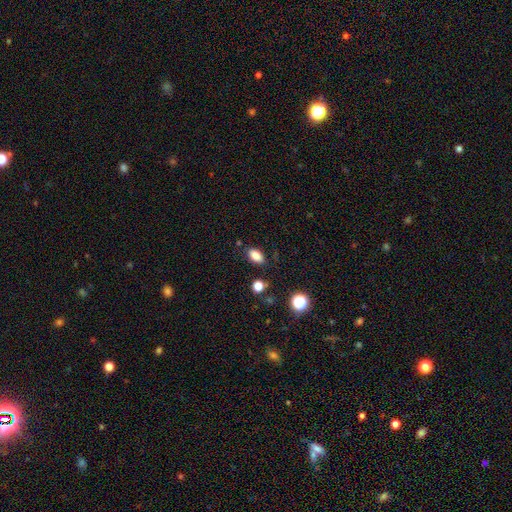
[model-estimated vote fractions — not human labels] This is clearly a smooth galaxy (84%). How rounded: clearly in between (88%). Merging: clearly none (84%).